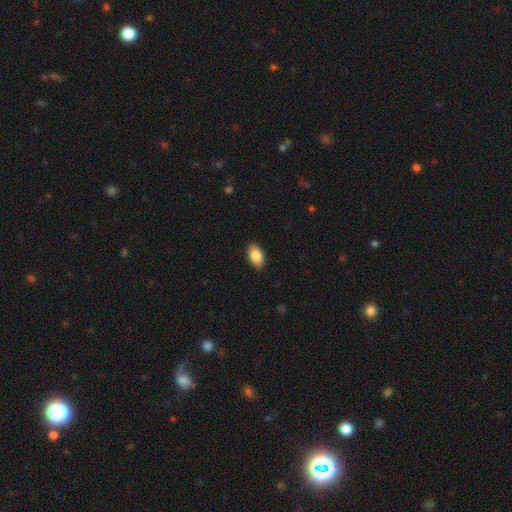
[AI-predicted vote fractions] Smooth or featured? Predicted: smooth (p=0.85). How rounded? Predicted: in between (p=0.93). Merging? Predicted: none (p=0.89).